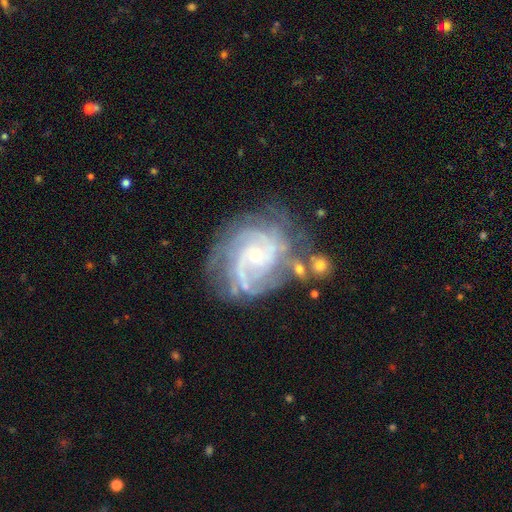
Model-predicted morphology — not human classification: This is clearly a featured or disk galaxy (88%). It is clearly not viewed edge-on (97%). Bar: likely no (69%). Spiral arm pattern: clearly yes (96%). Spiral arm count: marginally can't tell (25%). Spiral winding: possibly tight (59%). Central bulge: likely small (76%). Merging: possibly none (58%).